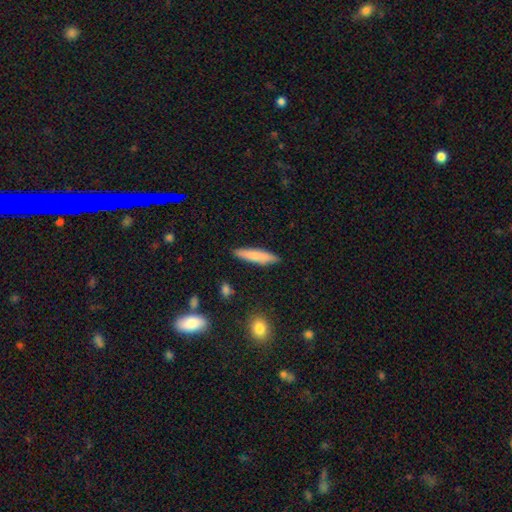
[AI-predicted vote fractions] Q: Smooth or featured?
A: smooth (77%); runner-up: featured or disk (17%)
Q: How rounded?
A: cigar-shaped (85%); runner-up: in between (14%)
Q: Merging?
A: none (88%); runner-up: minor disturbance (8%)